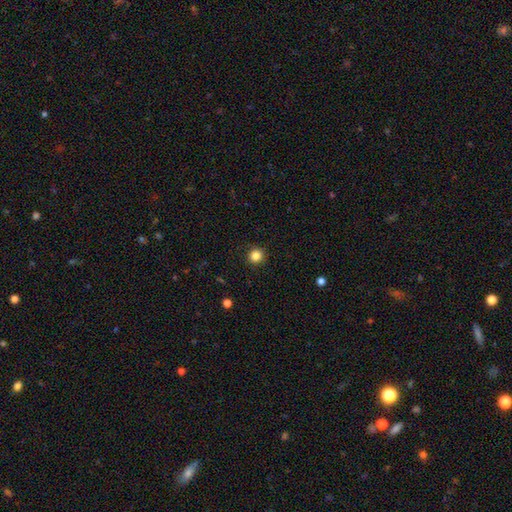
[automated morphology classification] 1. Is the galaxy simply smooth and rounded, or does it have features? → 84% smooth, 12% star or artifact, 4% featured or disk.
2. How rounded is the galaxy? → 94% round, 5% in between, 1% cigar-shaped.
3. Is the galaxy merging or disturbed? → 92% none, 5% minor disturbance, 2% major disturbance, 1% merger.